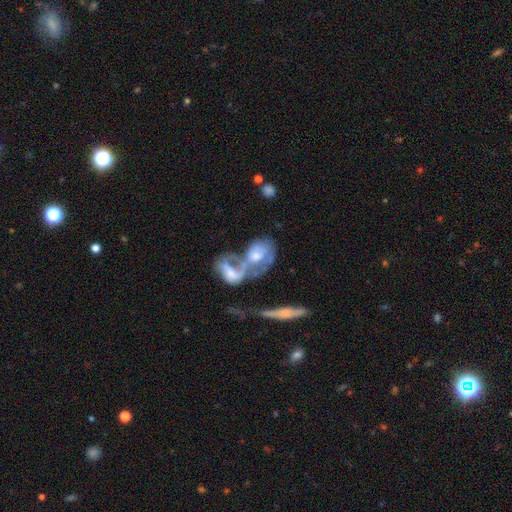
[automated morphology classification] The model was most divided on "spiral arms": yes: 52%, no: 48%. Remaining: edge-on disk — no (89%); bar — no (76%); merging — merger (70%); smooth or featured — featured or disk (62%); bulge size — moderate (49%).